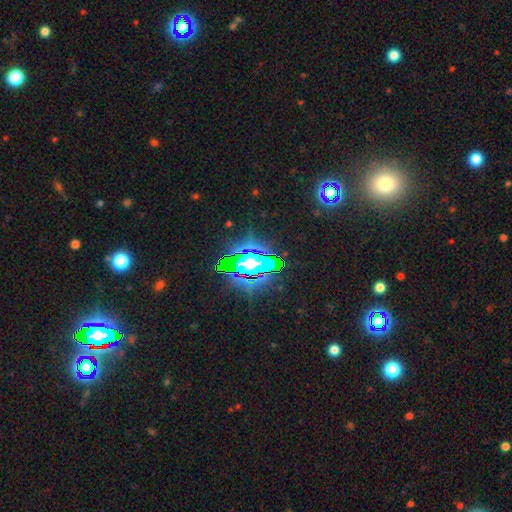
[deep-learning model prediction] A star or artifact, not a galaxy (79%).

Vote fractions:
- Smooth or featured? star or artifact: 79% / smooth: 11% / featured or disk: 10%